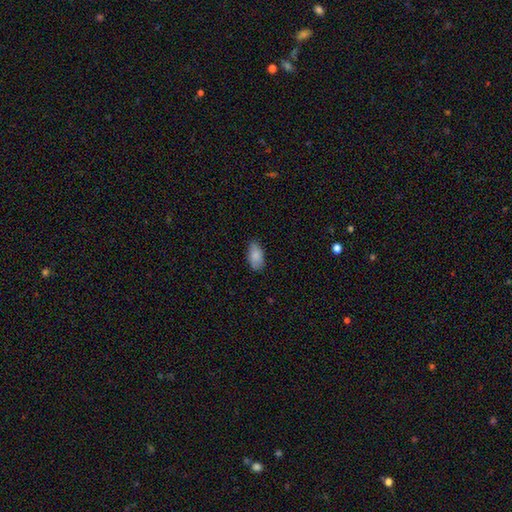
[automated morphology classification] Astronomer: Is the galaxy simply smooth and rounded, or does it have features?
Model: smooth — 85%.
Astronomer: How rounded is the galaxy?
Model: in between — 93%.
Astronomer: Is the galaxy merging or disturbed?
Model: none — 76%.